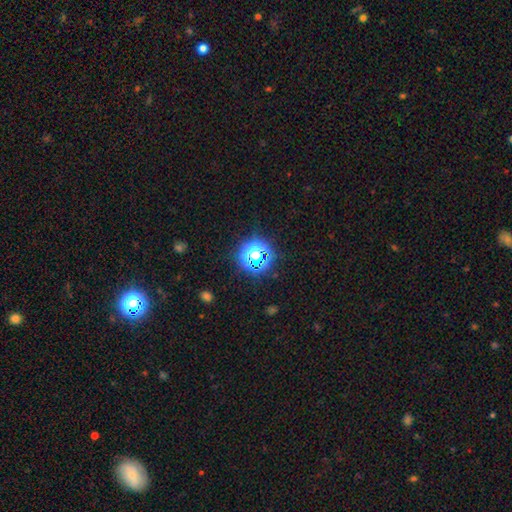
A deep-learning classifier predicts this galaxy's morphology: star or artifact 62%, smooth 29%, featured or disk 10%.